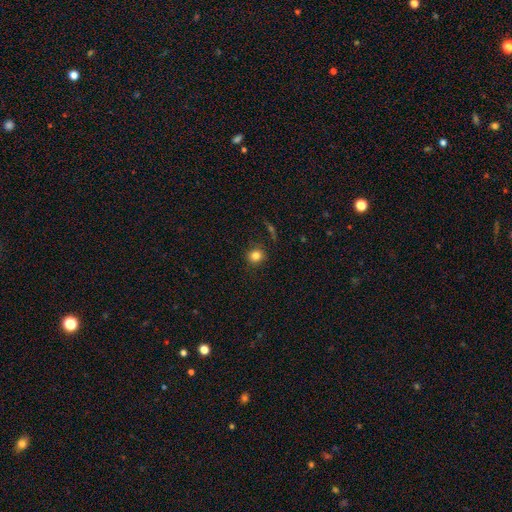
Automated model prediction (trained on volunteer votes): A smooth galaxy with no disk features (81%) that is round (87%).

Vote fractions:
- Smooth or featured? smooth: 81% / star or artifact: 12% / featured or disk: 6%
- How rounded? round: 87% / in between: 12% / cigar-shaped: 1%
- Merging? none: 86% / minor disturbance: 9% / major disturbance: 3% / merger: 2%